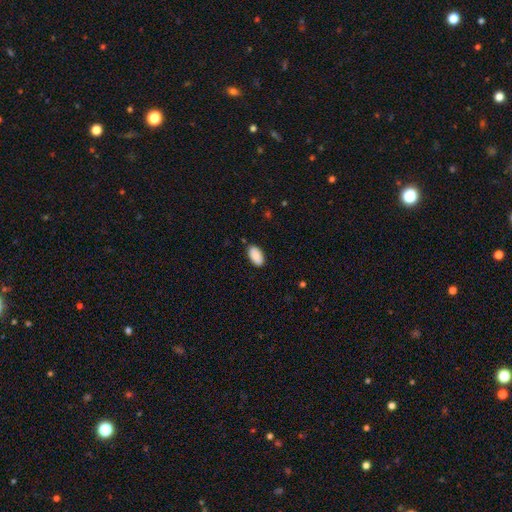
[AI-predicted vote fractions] This is clearly a smooth galaxy (89%). How rounded: clearly in between (95%). Merging: clearly none (86%).